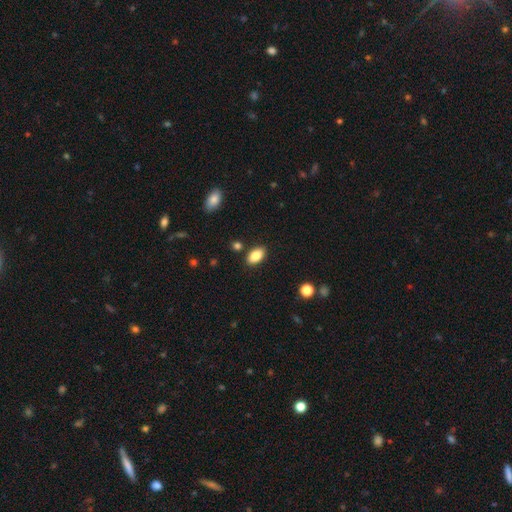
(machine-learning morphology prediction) A smooth galaxy with no disk features (84%) that is in between round and cigar-shaped (92%). Merging: none (86%).